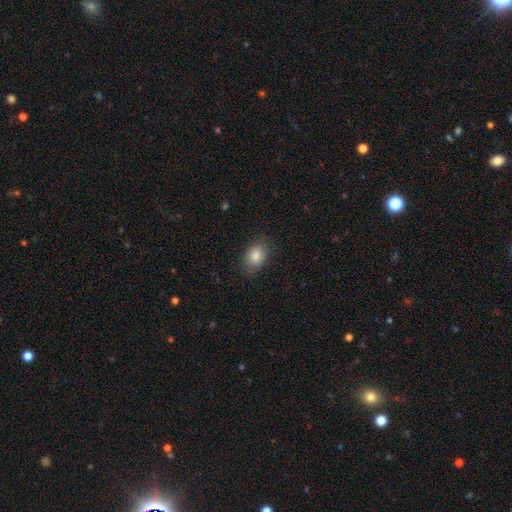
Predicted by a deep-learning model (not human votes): smooth-or-featured: smooth: 85% | star or artifact: 8% | featured or disk: 7%
  how-rounded: in between: 77% | round: 22% | cigar-shaped: 1%
  merging: none: 82% | minor disturbance: 14% | major disturbance: 3% | merger: 1%